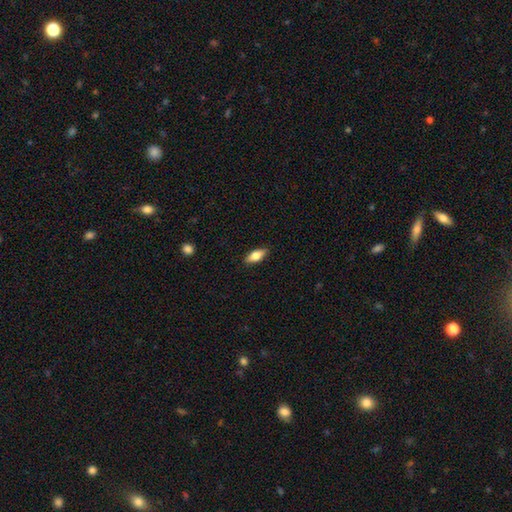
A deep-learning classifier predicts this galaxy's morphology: Smooth or featured? smooth (68%)
How rounded? in between (78%)
Merging? none (88%)